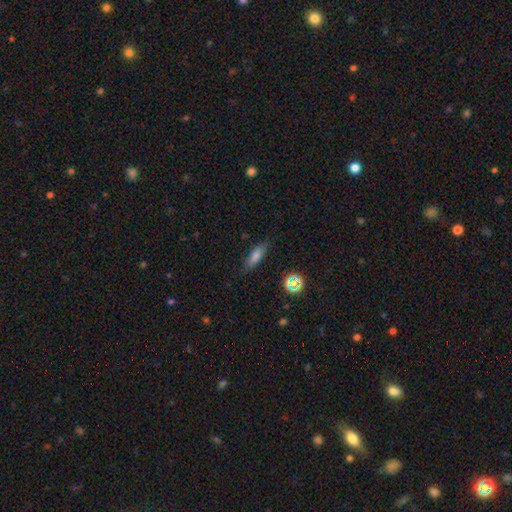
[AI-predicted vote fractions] Morphology: type=smooth (73%); roundness=in between (58%); merging=none (80%).